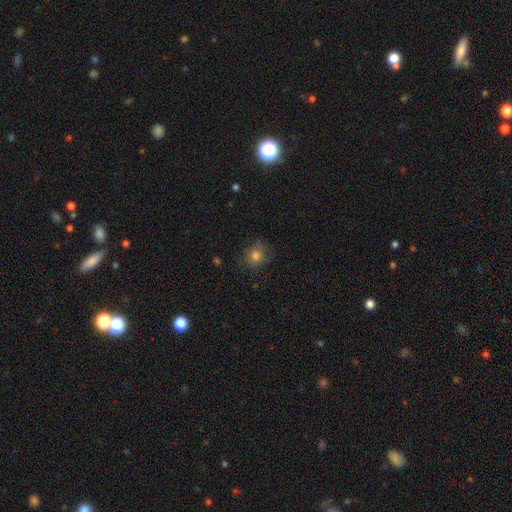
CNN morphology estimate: smooth_or_featured: smooth (p=0.78) [alt: star or artifact p=0.14]
how_rounded: round (p=0.80) [alt: in between p=0.19]
merging: none (p=0.77) [alt: minor disturbance p=0.16]